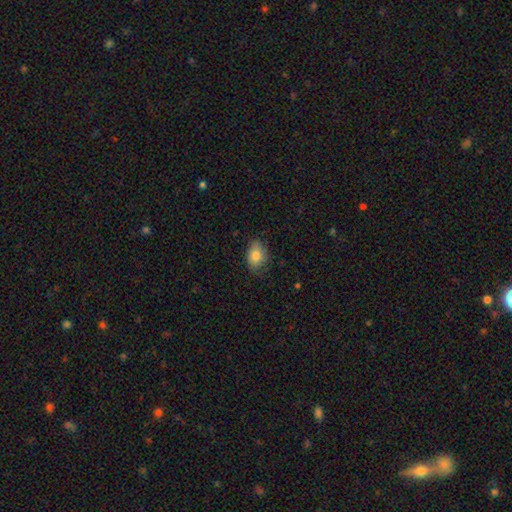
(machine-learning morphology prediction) Smooth or featured?
  - smooth: 82% *
  - featured or disk: 9%
  - star or artifact: 8%
How rounded?
  - in between: 73% *
  - round: 25%
  - cigar-shaped: 1%
Merging?
  - none: 73% *
  - minor disturbance: 22%
  - major disturbance: 4%
  - merger: 1%